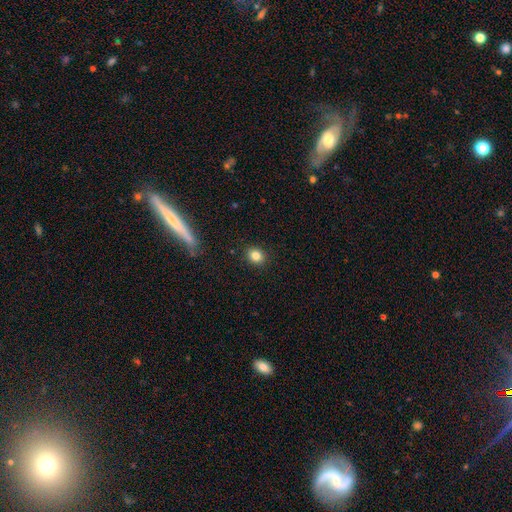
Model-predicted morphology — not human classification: Smooth or featured? smooth (83%)
How rounded? round (64%)
Merging? none (90%)